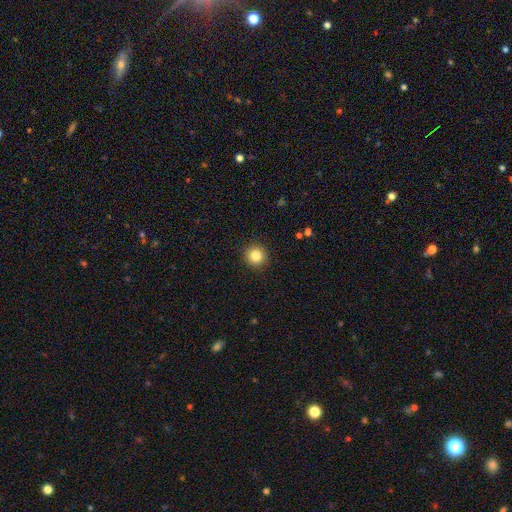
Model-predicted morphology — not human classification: This is clearly a smooth galaxy (84%). How rounded: clearly round (94%). Merging: clearly none (92%).